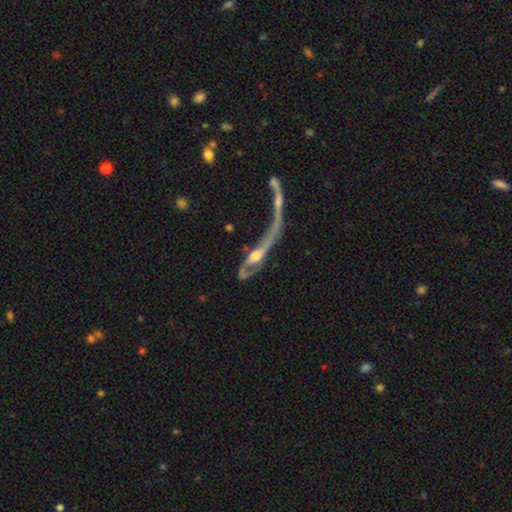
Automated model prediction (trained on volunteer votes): Q: Smooth or featured?
A: featured or disk (68%); runner-up: smooth (24%)
Q: Edge-on disk?
A: no (63%); runner-up: yes (37%)
Q: Merging?
A: major disturbance (38%); runner-up: merger (36%)